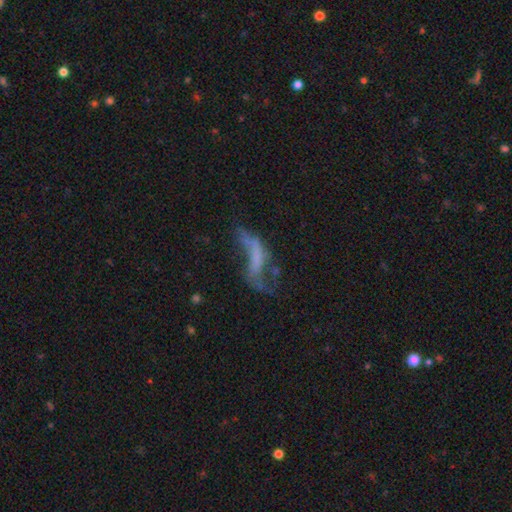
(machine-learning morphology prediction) smooth_or_featured: featured or disk (p=0.60) [alt: smooth p=0.25]
disk_edge_on: no (p=0.89) [alt: yes p=0.11]
bar: no (p=0.58) [alt: weak p=0.23]
has_spiral_arms: no (p=0.54) [alt: yes p=0.46]
bulge_size: none (p=0.74) [alt: small p=0.14]
merging: major disturbance (p=0.41) [alt: none p=0.29]